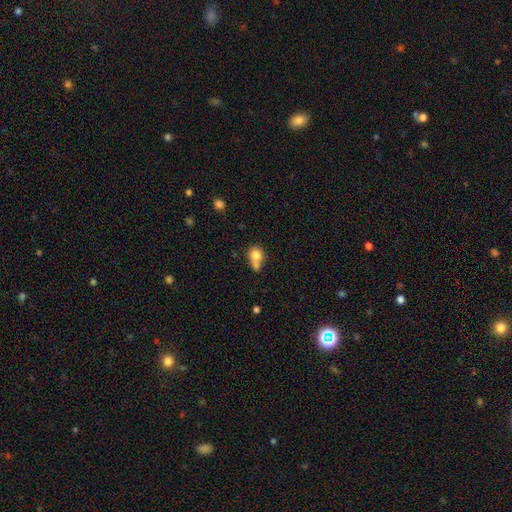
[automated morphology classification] The model was most divided on "merging": merger: 46%, none: 32%, minor disturbance: 14%, major disturbance: 7%. More confident: smooth or featured — smooth (78%); how rounded — round (68%).